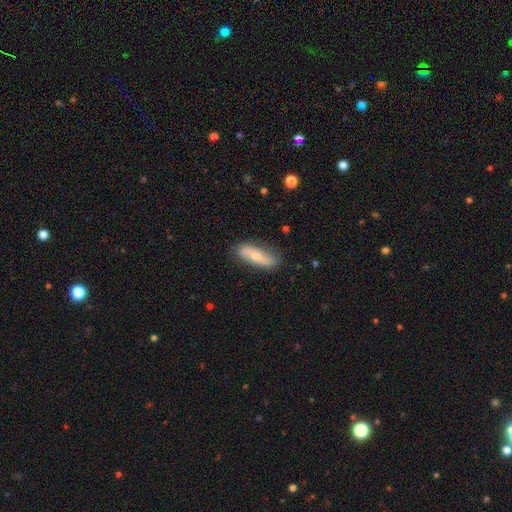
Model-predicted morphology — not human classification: Smooth or featured? Predicted: featured or disk (p=0.53). Edge-on disk? Predicted: no (p=0.64). Merging? Predicted: none (p=0.80).